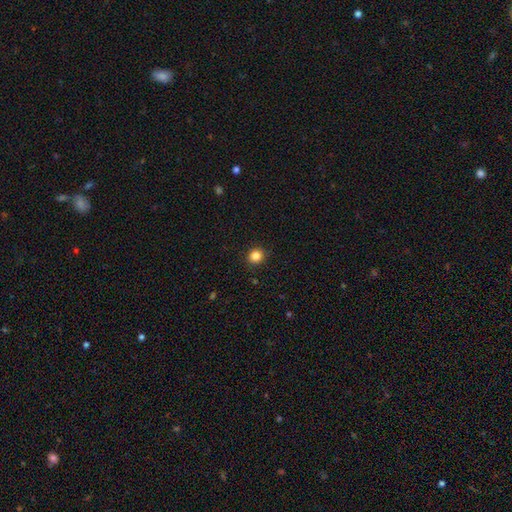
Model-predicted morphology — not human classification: Smooth or featured: smooth — 84% (star or artifact — 12%)
How rounded: round — 88% (in between — 11%)
Merging: none — 91% (minor disturbance — 6%)